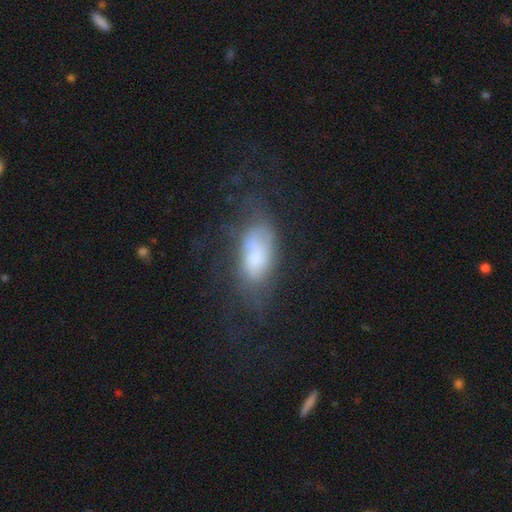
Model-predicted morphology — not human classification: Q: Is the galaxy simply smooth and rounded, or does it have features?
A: smooth — 55%.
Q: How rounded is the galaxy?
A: in between — 86%.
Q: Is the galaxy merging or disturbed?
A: none — 40%.